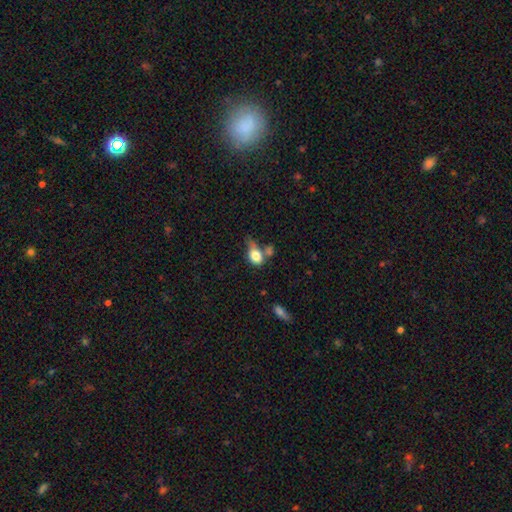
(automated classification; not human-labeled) smooth_or_featured: smooth (p=0.78) [alt: featured or disk p=0.13]
how_rounded: in between (p=0.68) [alt: round p=0.29]
merging: none (p=0.28) [alt: merger p=0.27]